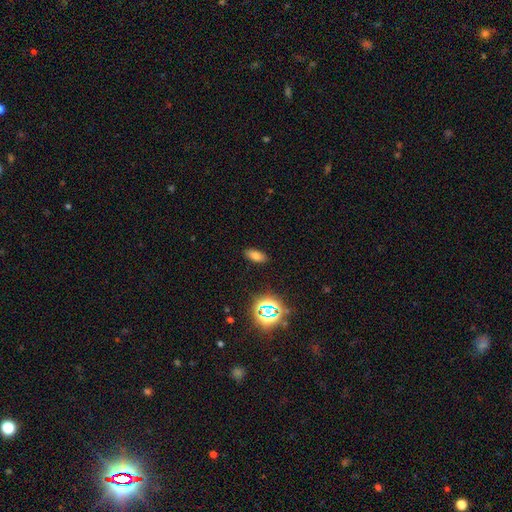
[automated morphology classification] Q: Smooth or featured?
A: smooth (73%); runner-up: star or artifact (19%)
Q: How rounded?
A: in between (86%); runner-up: cigar-shaped (9%)
Q: Merging?
A: none (87%); runner-up: minor disturbance (9%)